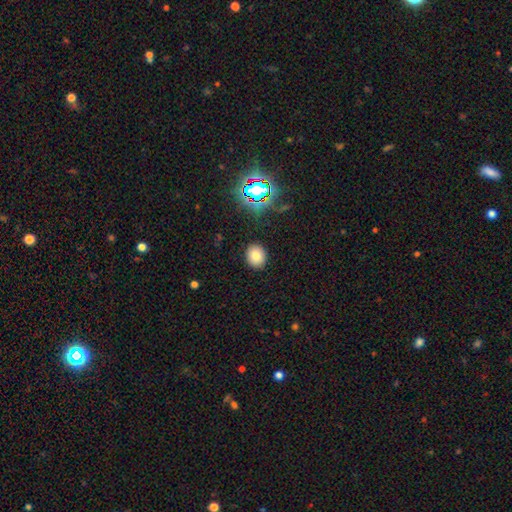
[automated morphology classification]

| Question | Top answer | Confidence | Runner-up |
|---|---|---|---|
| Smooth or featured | smooth | 77% | star or artifact (15%) |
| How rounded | round | 71% | in between (29%) |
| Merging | none | 90% | minor disturbance (7%) |